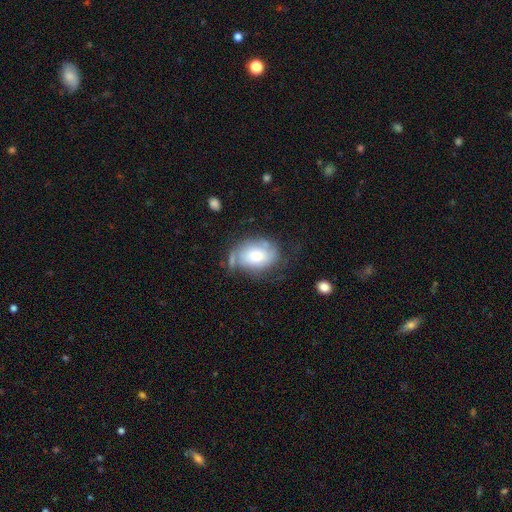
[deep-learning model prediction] Smooth or featured? Predicted: smooth (p=0.51). How rounded? Predicted: in between (p=0.81). Merging? Predicted: none (p=0.50).